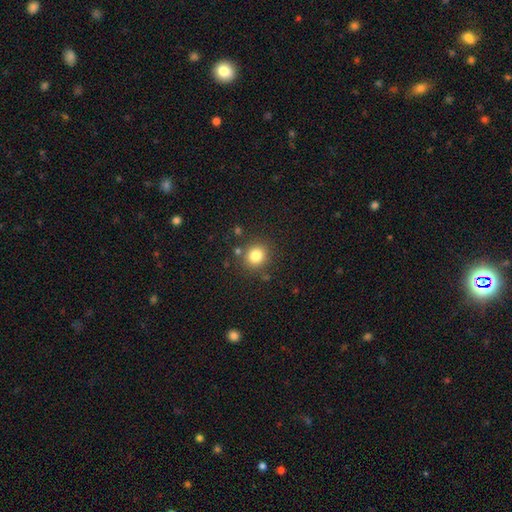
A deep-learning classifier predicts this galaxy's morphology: This appears to be a smooth galaxy with no disk features (81%) that is round (82%). Merging: none (83%).